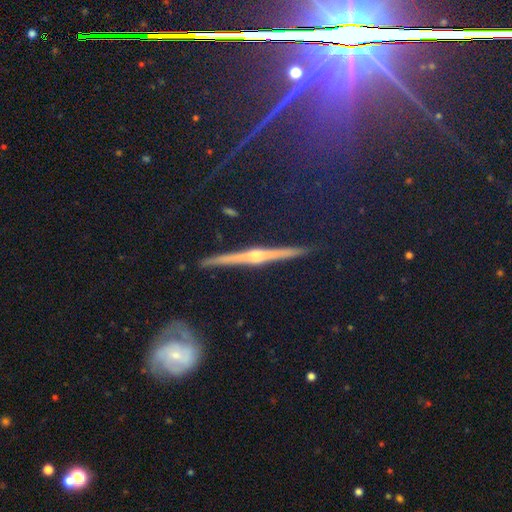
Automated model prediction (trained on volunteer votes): Morphology: type=featured or disk (82%); edge-on=yes (97%); edge-on bulge=rounded (84%); merging=none (90%).